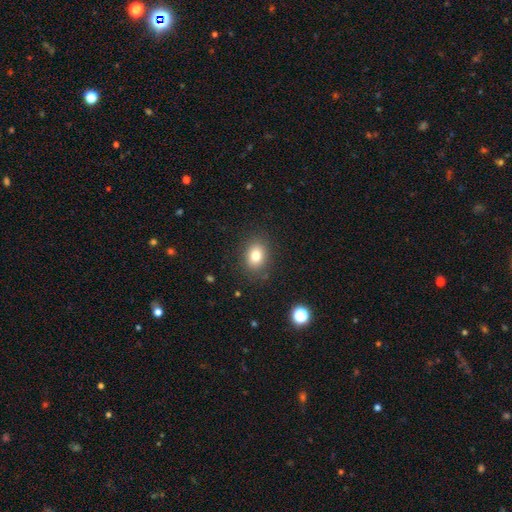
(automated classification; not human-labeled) smooth 80%, star or artifact 11%, featured or disk 9%. Down the decision tree: how rounded — in between (60%); merging — none (84%).